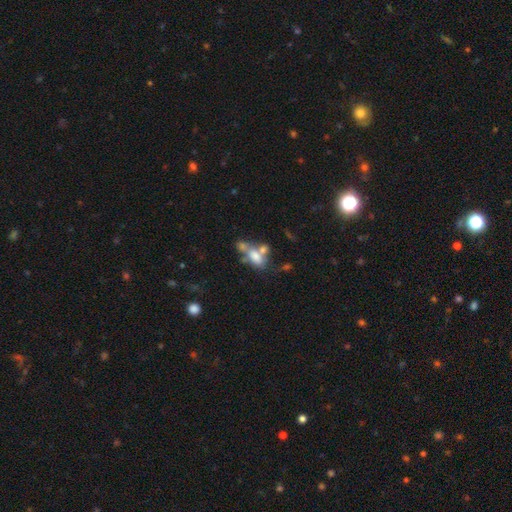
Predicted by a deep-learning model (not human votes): Overall: smooth (62%; featured or disk 26%). How rounded: in between (81%). Merging: merger (50%; none 25%).